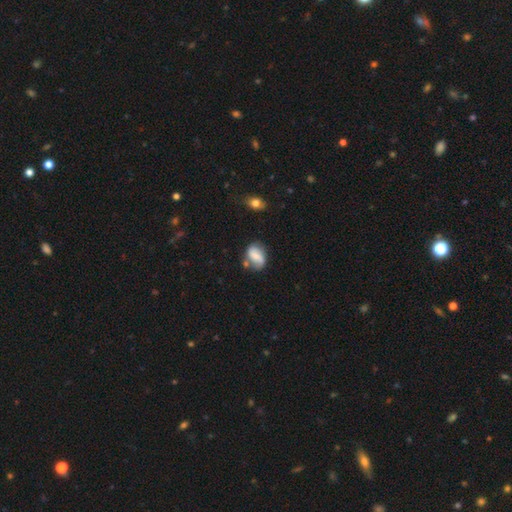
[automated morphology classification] This appears to be a smooth galaxy with no disk features (48%). Merging: none (59%).